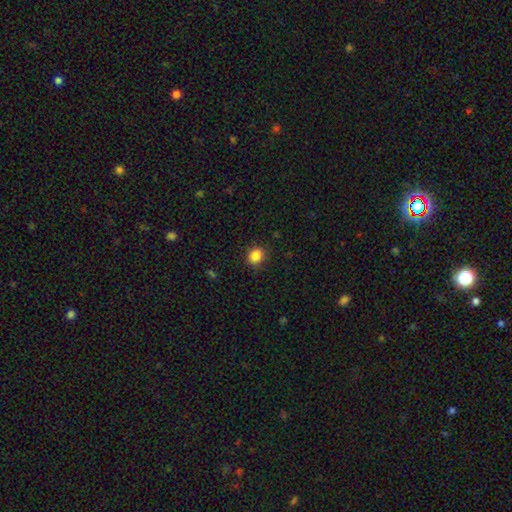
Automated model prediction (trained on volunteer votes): Smooth or featured?
  - smooth: 86% *
  - star or artifact: 10%
  - featured or disk: 4%
How rounded?
  - round: 63% *
  - in between: 36%
  - cigar-shaped: 1%
Merging?
  - none: 86% *
  - minor disturbance: 10%
  - major disturbance: 3%
  - merger: 1%